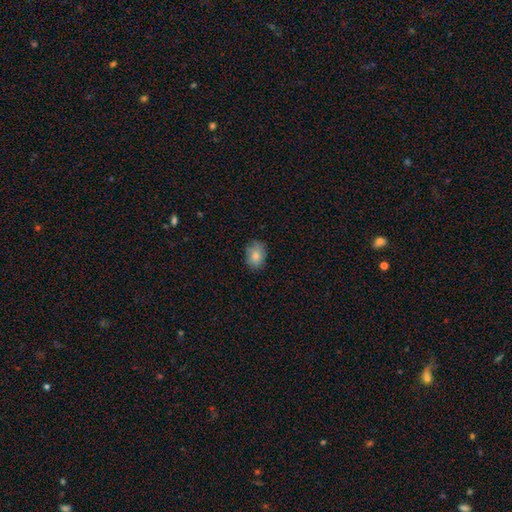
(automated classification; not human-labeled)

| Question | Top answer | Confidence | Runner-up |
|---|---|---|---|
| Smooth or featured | smooth | 81% | featured or disk (11%) |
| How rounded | in between | 68% | round (31%) |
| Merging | none | 75% | minor disturbance (20%) |